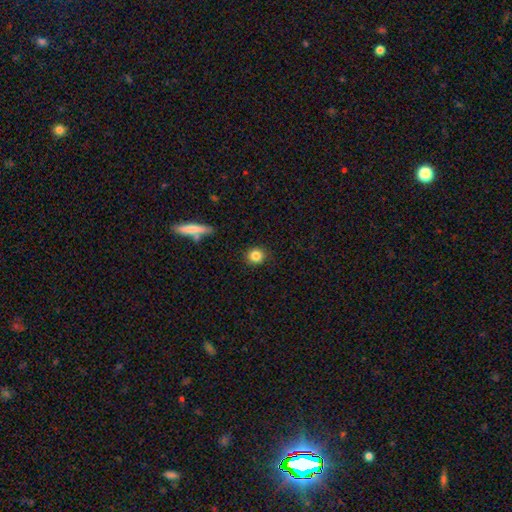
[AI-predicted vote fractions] smooth_or_featured: smooth (p=0.84) [alt: star or artifact p=0.10]
how_rounded: round (p=0.88) [alt: in between p=0.11]
merging: none (p=0.89) [alt: minor disturbance p=0.07]